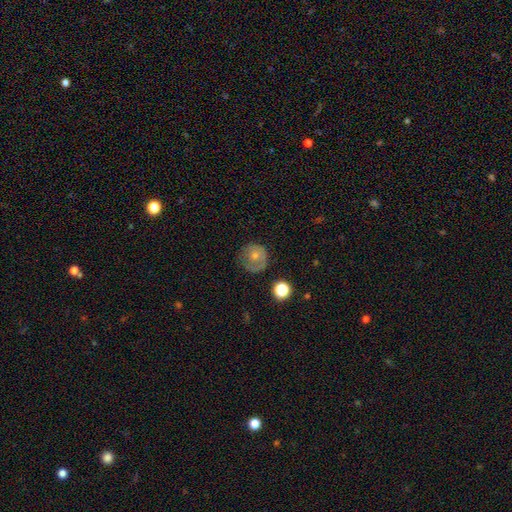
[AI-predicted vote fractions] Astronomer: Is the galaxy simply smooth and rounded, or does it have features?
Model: smooth — 59%.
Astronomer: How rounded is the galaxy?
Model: round — 87%.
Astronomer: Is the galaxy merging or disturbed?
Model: none — 62%.